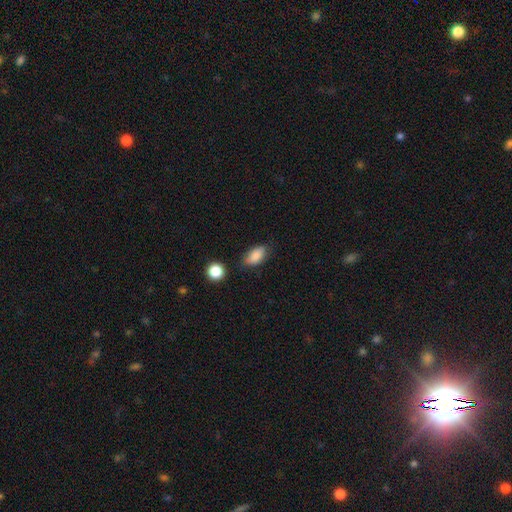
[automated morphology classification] This appears to be a smooth galaxy with no disk features (86%) that is in between round and cigar-shaped (89%). Merging: none (71%).